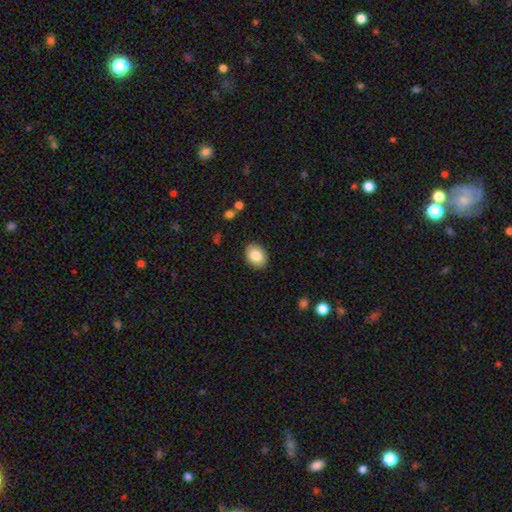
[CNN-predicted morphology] Smooth or featured?
  - smooth: 83% *
  - featured or disk: 9%
  - star or artifact: 8%
How rounded?
  - in between: 63% *
  - round: 36%
  - cigar-shaped: 1%
Merging?
  - none: 89% *
  - minor disturbance: 8%
  - major disturbance: 2%
  - merger: 1%